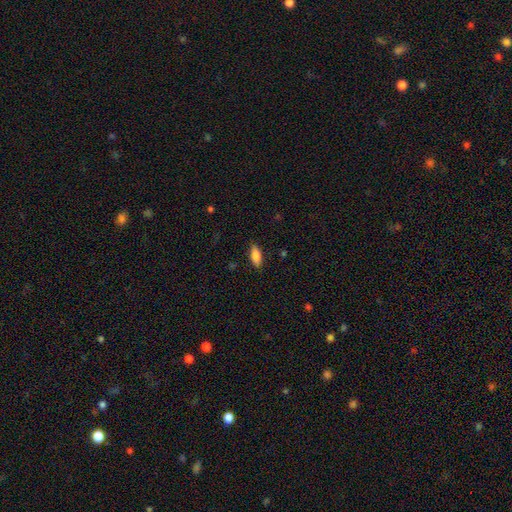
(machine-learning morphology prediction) Smooth or featured? smooth (81%)
How rounded? in between (78%)
Merging? none (85%)